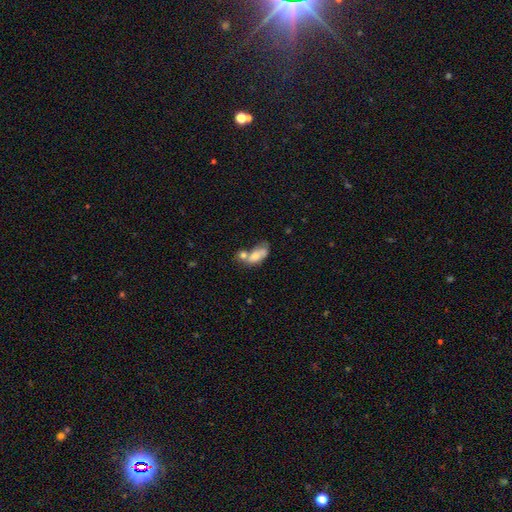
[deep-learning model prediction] Smooth or featured? Predicted: smooth (p=0.65). How rounded? Predicted: in between (p=0.84). Merging? Predicted: merger (p=0.56).